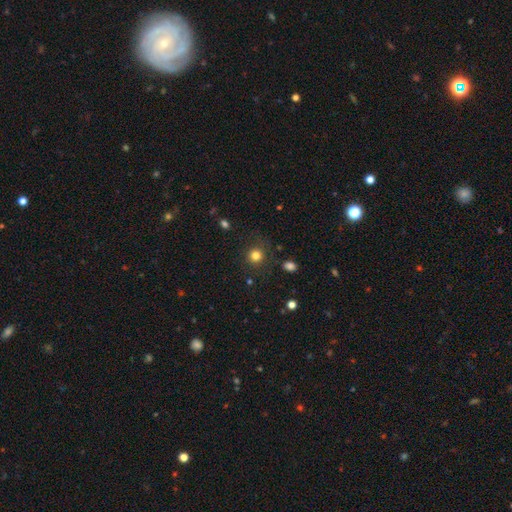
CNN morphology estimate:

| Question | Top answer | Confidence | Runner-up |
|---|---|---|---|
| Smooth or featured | smooth | 81% | star or artifact (14%) |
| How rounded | round | 90% | in between (9%) |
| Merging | none | 83% | minor disturbance (10%) |